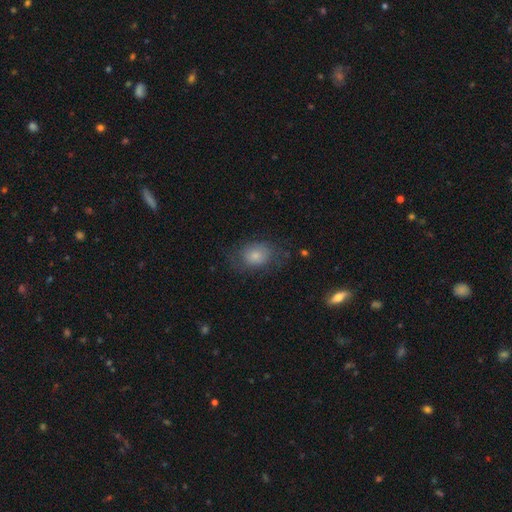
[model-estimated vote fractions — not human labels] A smooth galaxy with no disk features (72%) that is in between round and cigar-shaped (61%).

Vote fractions:
- Smooth or featured? smooth: 72% / featured or disk: 19% / star or artifact: 9%
- How rounded? in between: 61% / round: 38% / cigar-shaped: 1%
- Merging? none: 60% / minor disturbance: 24% / major disturbance: 15% / merger: 1%